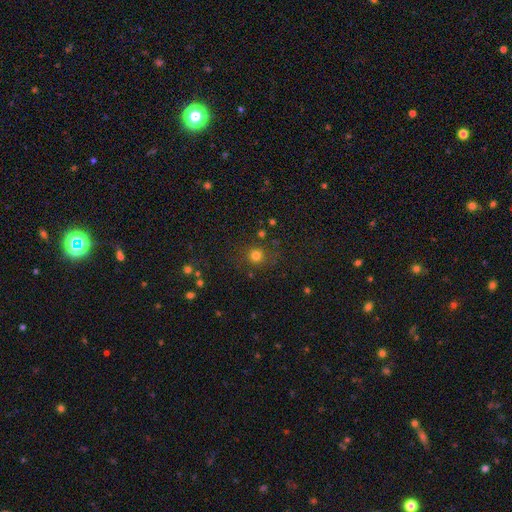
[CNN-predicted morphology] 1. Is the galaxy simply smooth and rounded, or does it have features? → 76% smooth, 18% star or artifact, 6% featured or disk.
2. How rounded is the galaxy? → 90% round, 9% in between, 1% cigar-shaped.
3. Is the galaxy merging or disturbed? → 82% none, 10% minor disturbance, 5% major disturbance, 3% merger.